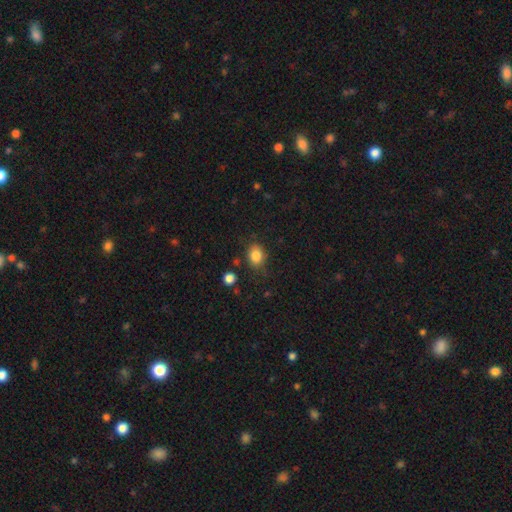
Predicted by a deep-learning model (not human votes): A smooth galaxy with no disk features (84%) that is in between round and cigar-shaped (56%).

Vote fractions:
- Smooth or featured? smooth: 84% / star or artifact: 10% / featured or disk: 6%
- How rounded? in between: 56% / round: 43% / cigar-shaped: 1%
- Merging? none: 78% / minor disturbance: 15% / major disturbance: 4% / merger: 3%